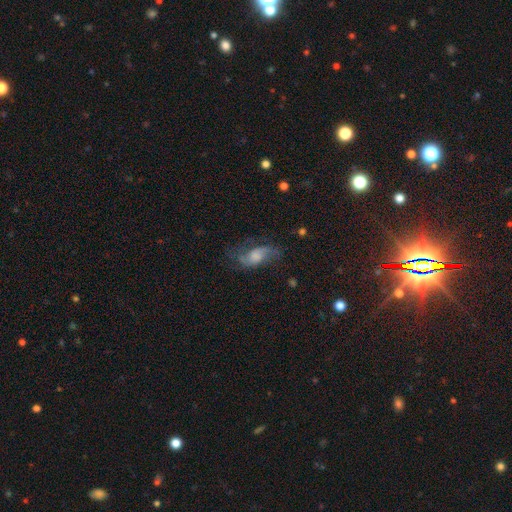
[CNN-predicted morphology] This appears to be a featured or disk galaxy (62%) with no bar (61%), spiral arms (85%) and a moderate central bulge (31%). Merging: none (52%).